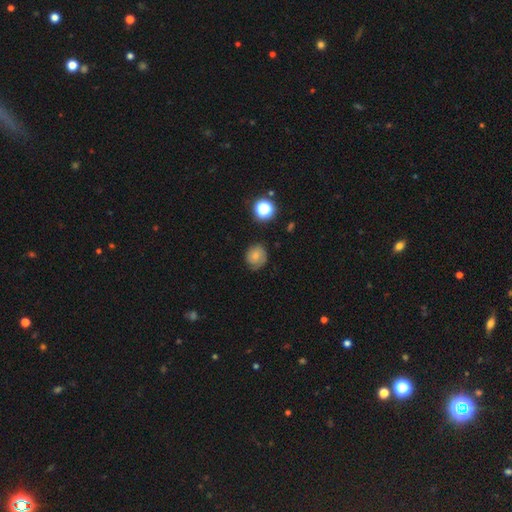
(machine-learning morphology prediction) Smooth or featured: smooth — 57% (featured or disk — 31%)
How rounded: round — 78% (in between — 21%)
Merging: none — 69% (minor disturbance — 23%)